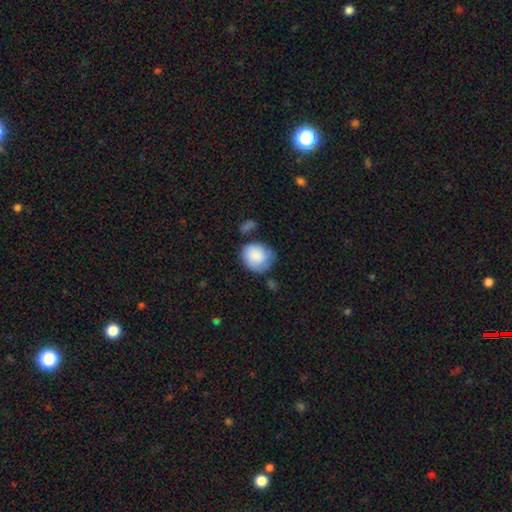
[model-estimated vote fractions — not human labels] Q: Smooth or featured?
A: smooth (84%); runner-up: featured or disk (10%)
Q: How rounded?
A: round (65%); runner-up: in between (34%)
Q: Merging?
A: none (51%); runner-up: minor disturbance (30%)